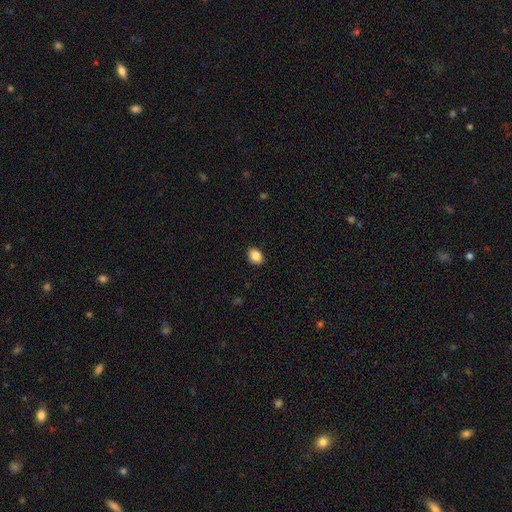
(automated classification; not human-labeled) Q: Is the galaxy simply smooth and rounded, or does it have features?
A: smooth — 87%.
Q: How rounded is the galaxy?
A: in between — 61%.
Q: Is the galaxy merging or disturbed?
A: none — 89%.